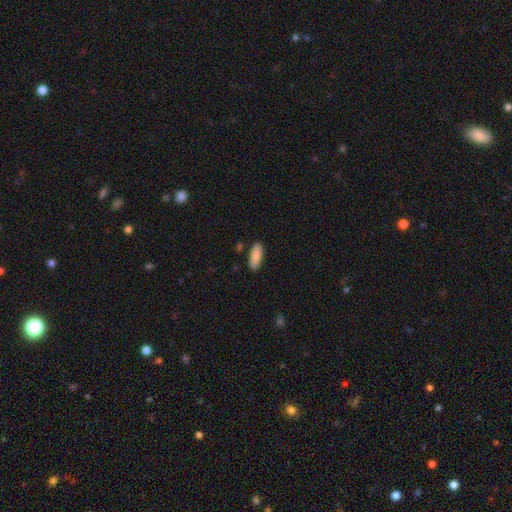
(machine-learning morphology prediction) A smooth galaxy with no disk features (88%) that is in between round and cigar-shaped (74%). Merging: none (87%).